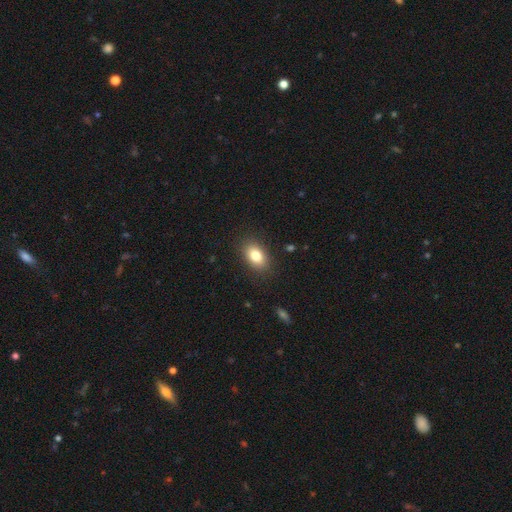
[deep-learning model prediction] Q: Smooth or featured?
A: smooth (82%); runner-up: featured or disk (9%)
Q: How rounded?
A: in between (87%); runner-up: round (12%)
Q: Merging?
A: none (87%); runner-up: minor disturbance (9%)